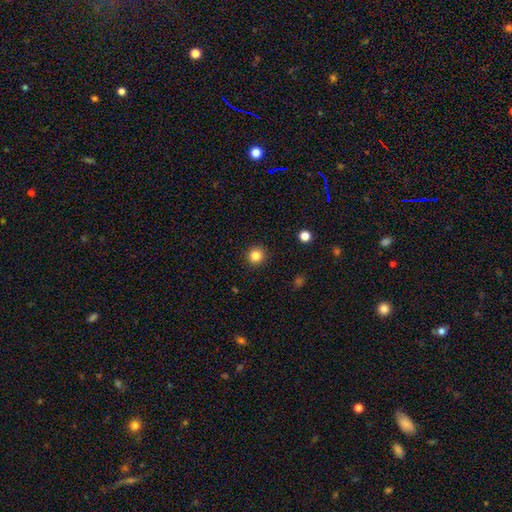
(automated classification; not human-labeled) smooth_or_featured: smooth (p=0.83) [alt: star or artifact p=0.11]
how_rounded: round (p=0.92) [alt: in between p=0.07]
merging: none (p=0.92) [alt: minor disturbance p=0.05]